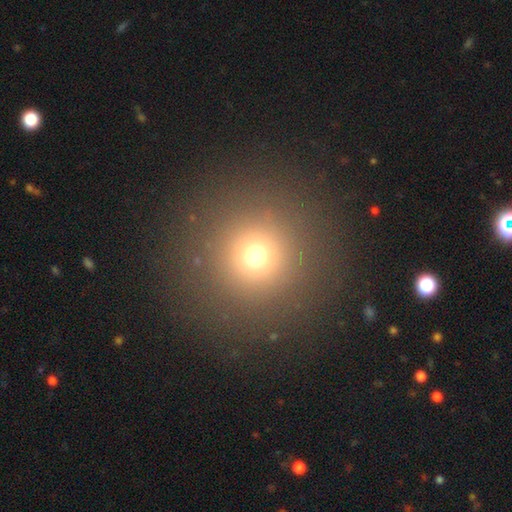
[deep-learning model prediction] smooth-or-featured: smooth: 70% | star or artifact: 22% | featured or disk: 8%
  how-rounded: round: 95% | in between: 4% | cigar-shaped: 1%
  merging: none: 89% | minor disturbance: 5% | major disturbance: 4% | merger: 2%